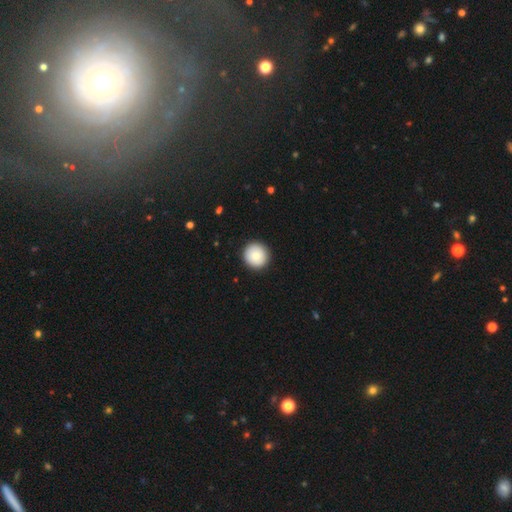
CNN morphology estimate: smooth-or-featured: smooth: 83% | featured or disk: 10% | star or artifact: 7%
  how-rounded: round: 95% | in between: 4% | cigar-shaped: 1%
  merging: none: 92% | minor disturbance: 5% | major disturbance: 2% | merger: 1%